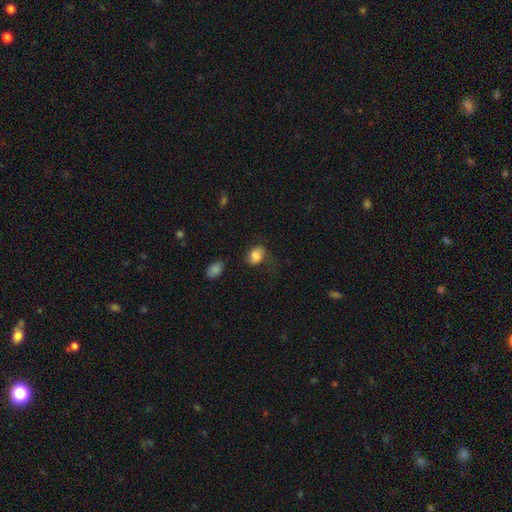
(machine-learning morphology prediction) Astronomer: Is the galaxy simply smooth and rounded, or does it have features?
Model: smooth — 76%.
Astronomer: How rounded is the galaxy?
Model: in between — 64%.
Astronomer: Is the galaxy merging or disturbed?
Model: none — 38% (runner-up: major disturbance, 30%).